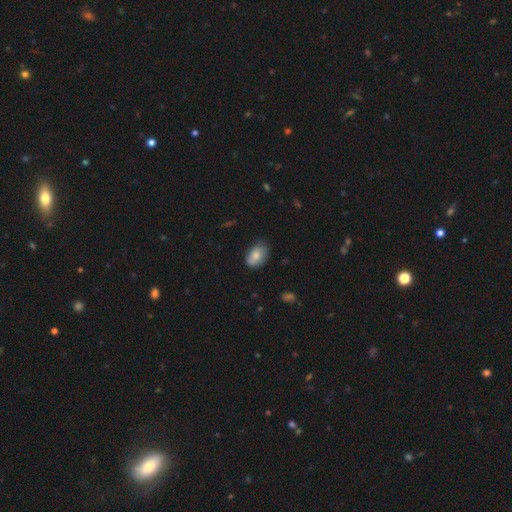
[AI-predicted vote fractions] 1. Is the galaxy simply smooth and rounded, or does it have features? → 78% smooth, 15% featured or disk, 7% star or artifact.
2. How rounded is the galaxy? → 88% in between, 11% round, 1% cigar-shaped.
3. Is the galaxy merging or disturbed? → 70% none, 25% minor disturbance, 4% major disturbance, 1% merger.